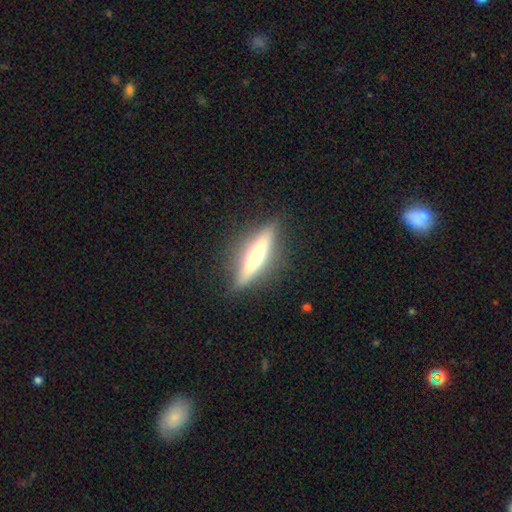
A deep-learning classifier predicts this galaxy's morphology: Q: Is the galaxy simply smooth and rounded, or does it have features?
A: featured or disk — 56%.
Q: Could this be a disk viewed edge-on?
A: yes — 91%.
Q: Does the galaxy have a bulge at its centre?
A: rounded — 89%.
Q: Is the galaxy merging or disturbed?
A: none — 87%.